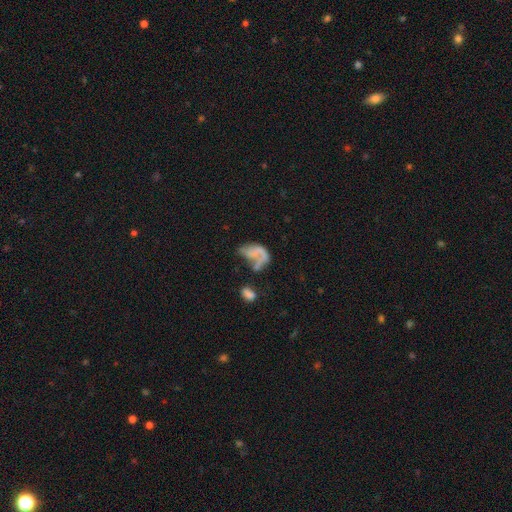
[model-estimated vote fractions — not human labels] Morphology: type=featured or disk (51%); edge-on=no (97%); merging=major disturbance (42%).